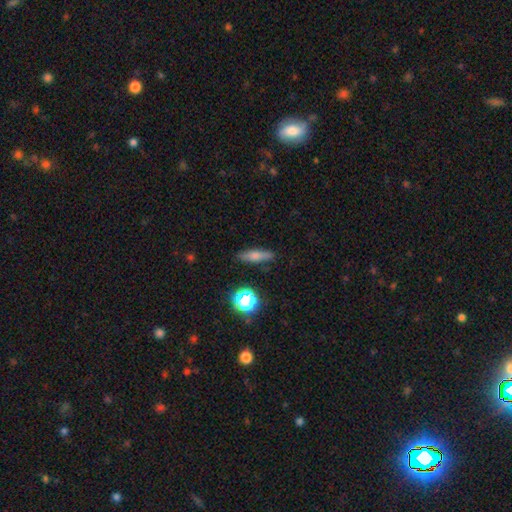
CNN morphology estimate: A smooth galaxy with no disk features (67%) that is cigar-shaped (65%). Merging: none (85%).